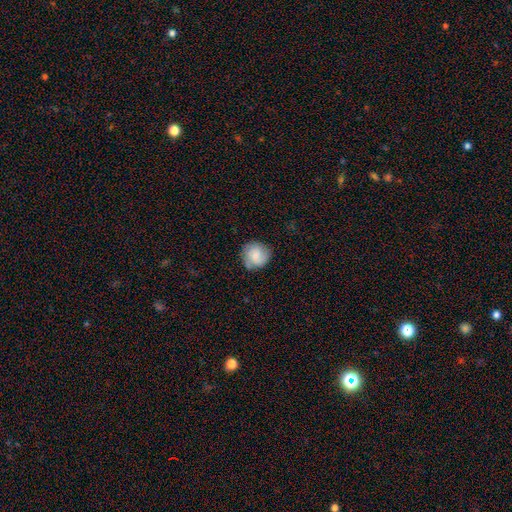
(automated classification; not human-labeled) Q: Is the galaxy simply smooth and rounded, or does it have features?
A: smooth — 62%.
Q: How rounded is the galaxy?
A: round — 88%.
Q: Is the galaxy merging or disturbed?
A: none — 75%.